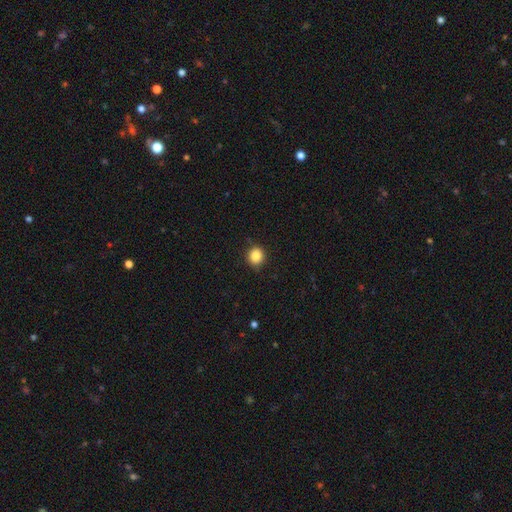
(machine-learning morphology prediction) This appears to be a smooth galaxy with no disk features (85%) that is round (87%). Merging: none (85%).